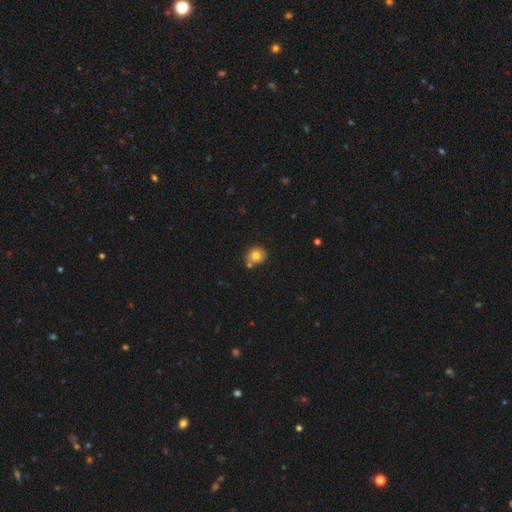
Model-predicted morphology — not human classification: A smooth galaxy with no disk features (80%) that is round (70%). Merging: none (65%).